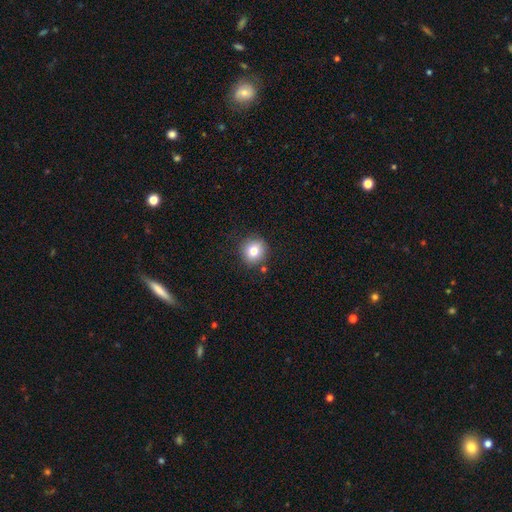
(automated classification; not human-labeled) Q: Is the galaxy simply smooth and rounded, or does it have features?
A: smooth — 79%.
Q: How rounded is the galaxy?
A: round — 90%.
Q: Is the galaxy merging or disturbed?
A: none — 85%.